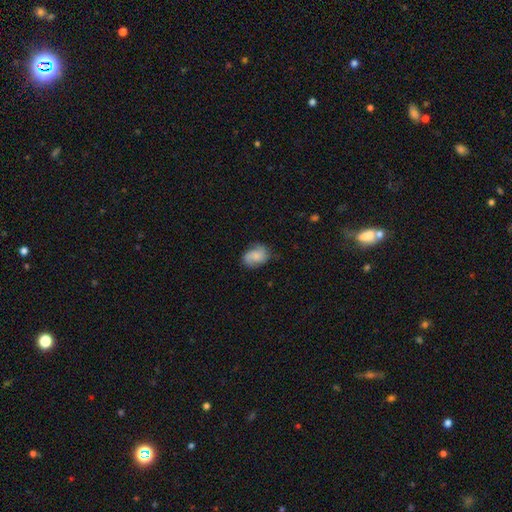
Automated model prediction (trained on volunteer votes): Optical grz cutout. It shows a smooth galaxy with no disk features (61%) that is in between round and cigar-shaped (71%). Merging: none (66%).